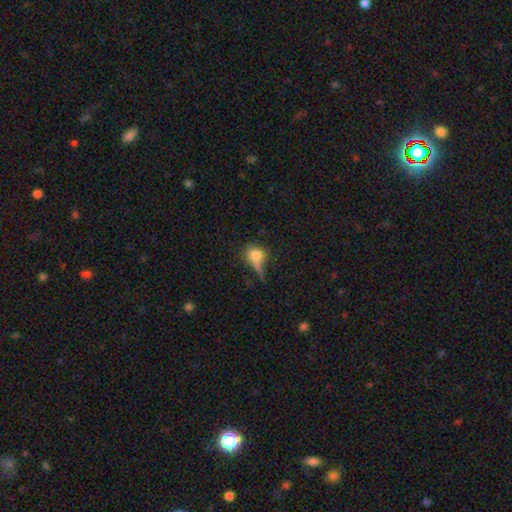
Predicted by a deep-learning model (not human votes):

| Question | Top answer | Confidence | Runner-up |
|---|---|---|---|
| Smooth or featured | smooth | 71% | featured or disk (16%) |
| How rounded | round | 61% | in between (34%) |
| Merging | none | 38% | major disturbance (27%) |